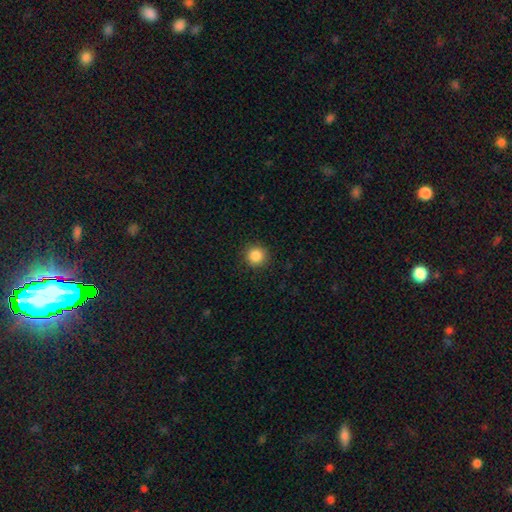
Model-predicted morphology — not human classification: A smooth galaxy with no disk features (87%) that is round (95%).

Vote fractions:
- Smooth or featured? smooth: 87% / star or artifact: 10% / featured or disk: 3%
- How rounded? round: 95% / in between: 4% / cigar-shaped: 1%
- Merging? none: 92% / minor disturbance: 5% / major disturbance: 2% / merger: 1%